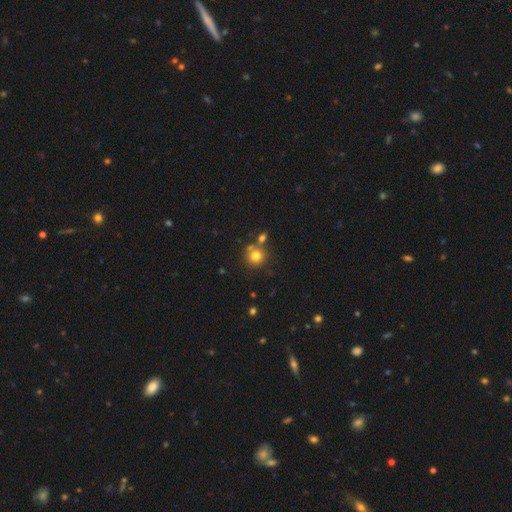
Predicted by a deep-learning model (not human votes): Smooth or featured?
  - smooth: 77% *
  - star or artifact: 13%
  - featured or disk: 9%
How rounded?
  - round: 91% *
  - in between: 8%
  - cigar-shaped: 1%
Merging?
  - none: 67% *
  - merger: 21%
  - minor disturbance: 9%
  - major disturbance: 3%